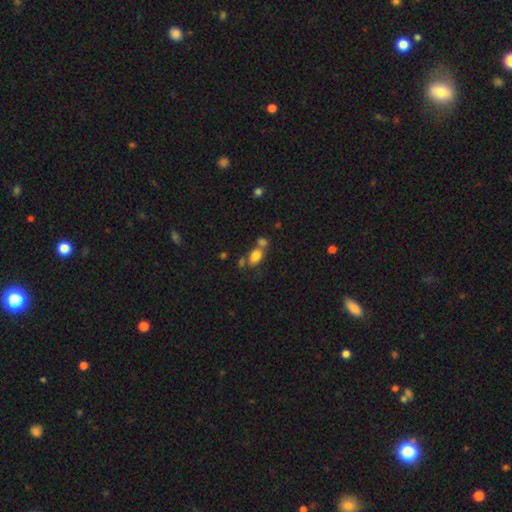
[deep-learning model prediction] Smooth or featured?
  - smooth: 77% *
  - featured or disk: 12%
  - star or artifact: 12%
How rounded?
  - in between: 75% *
  - round: 22%
  - cigar-shaped: 3%
Merging?
  - none: 42% *
  - merger: 39%
  - minor disturbance: 13%
  - major disturbance: 6%